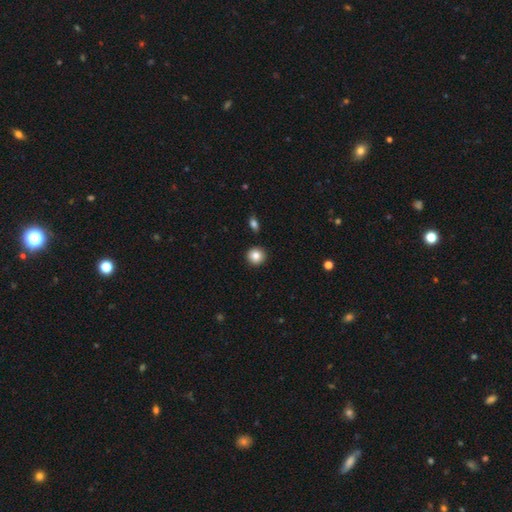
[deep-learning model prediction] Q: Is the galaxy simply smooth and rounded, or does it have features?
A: smooth — 85%.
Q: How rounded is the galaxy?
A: round — 93%.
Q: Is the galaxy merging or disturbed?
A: none — 91%.